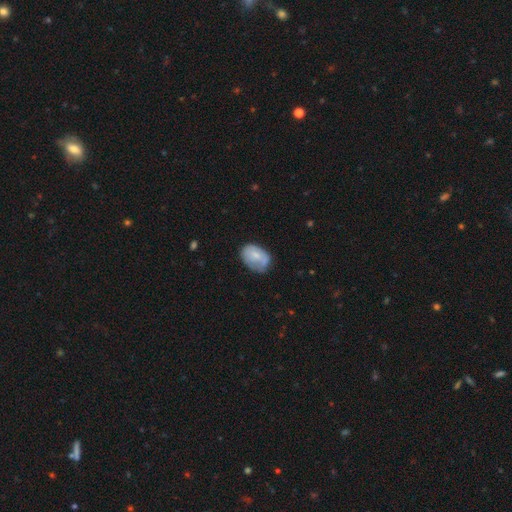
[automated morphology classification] This is likely a smooth galaxy (68%). How rounded: clearly in between (82%). Merging: possibly none (53%).